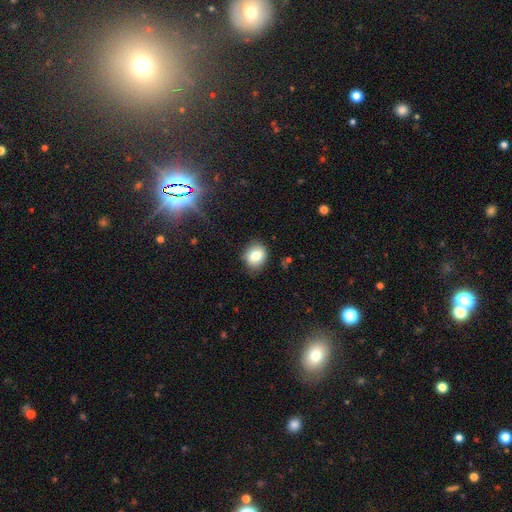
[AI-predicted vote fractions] Overall: smooth (79%). How rounded: round (61%; in between 38%). Merging: none (83%).